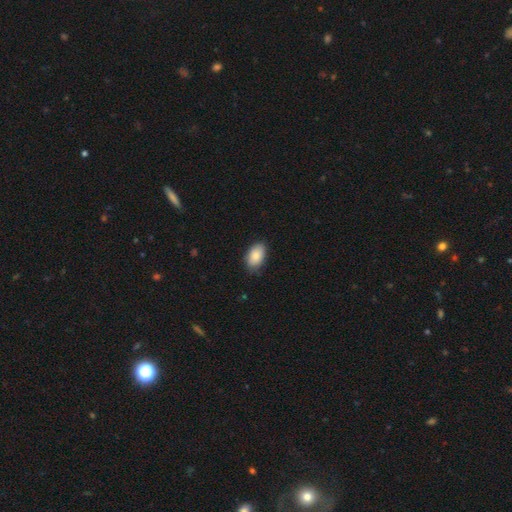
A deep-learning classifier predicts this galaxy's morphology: Smooth or featured? Predicted: smooth (p=0.87). How rounded? Predicted: in between (p=0.93). Merging? Predicted: none (p=0.81).